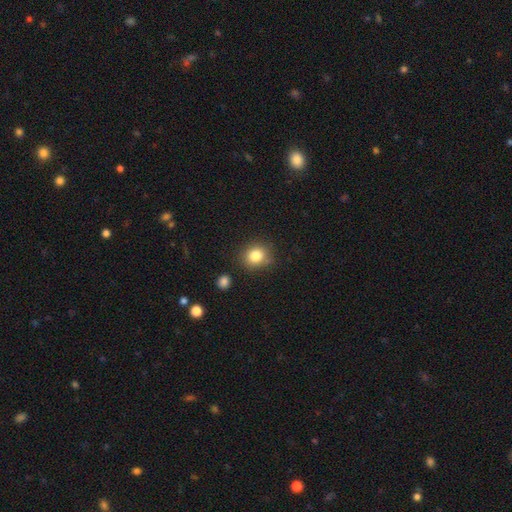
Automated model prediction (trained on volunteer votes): Overall: smooth (82%). How rounded: round (76%). Merging: none (80%).